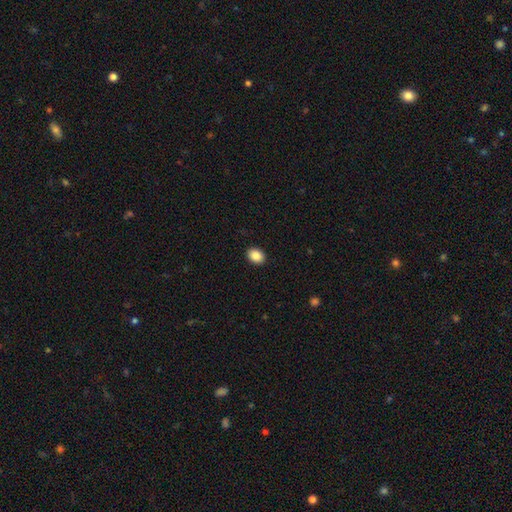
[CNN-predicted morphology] type=smooth (88%); roundness=in between (60%); merging=none (92%).